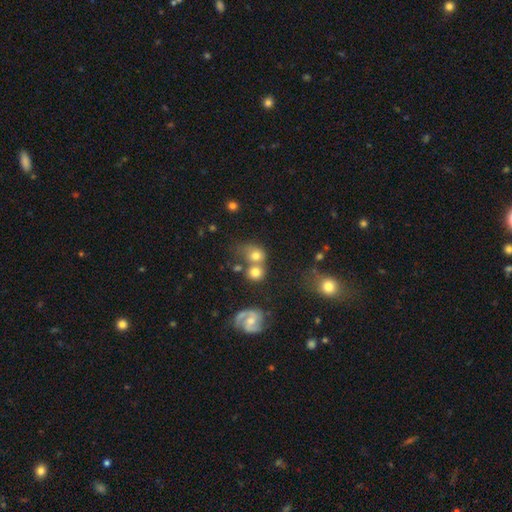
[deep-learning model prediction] Smooth or featured?
  - smooth: 70% *
  - featured or disk: 19%
  - star or artifact: 11%
How rounded?
  - round: 73% *
  - in between: 26%
  - cigar-shaped: 1%
Merging?
  - merger: 44% *
  - none: 38%
  - minor disturbance: 11%
  - major disturbance: 7%